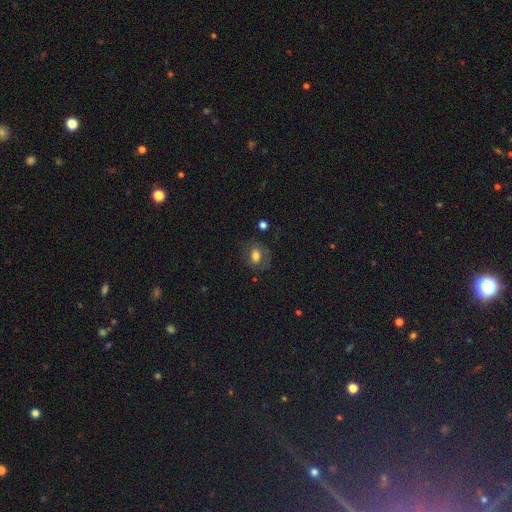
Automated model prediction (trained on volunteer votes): smooth_or_featured: smooth (p=0.66) [alt: featured or disk p=0.22]
how_rounded: in between (p=0.62) [alt: round p=0.36]
merging: none (p=0.63) [alt: minor disturbance p=0.21]